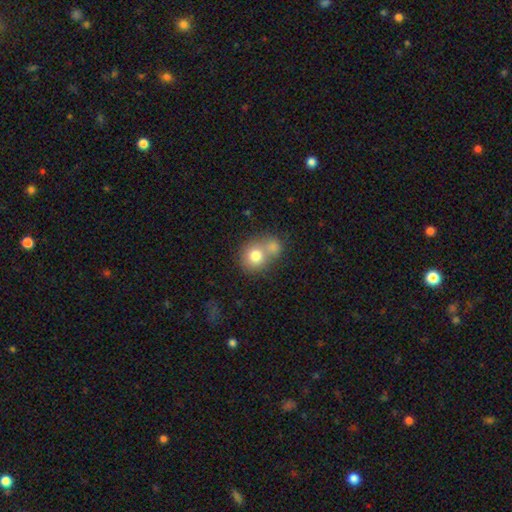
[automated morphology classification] Overall: smooth (76%). How rounded: round (74%). Merging: merger (52%; none 34%).